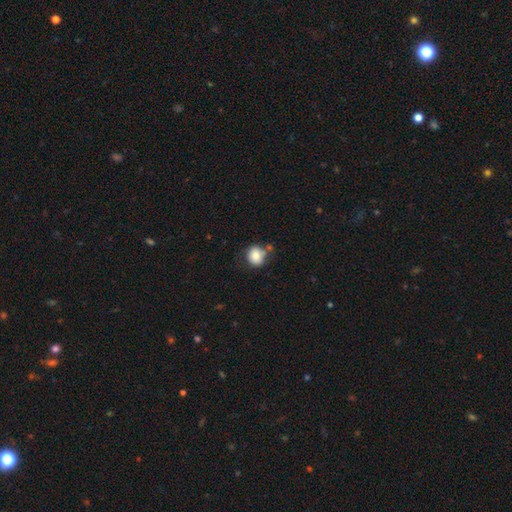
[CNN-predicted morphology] Smooth or featured? Predicted: smooth (p=0.79). How rounded? Predicted: round (p=0.77). Merging? Predicted: none (p=0.63).